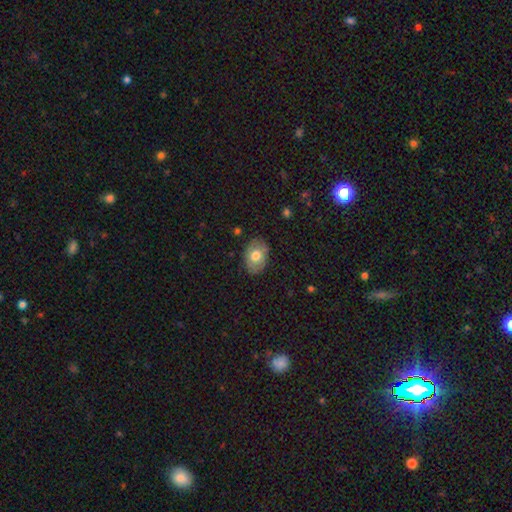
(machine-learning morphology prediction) Q: Smooth or featured?
A: smooth (73%); runner-up: featured or disk (20%)
Q: How rounded?
A: in between (80%); runner-up: round (19%)
Q: Merging?
A: none (83%); runner-up: minor disturbance (13%)